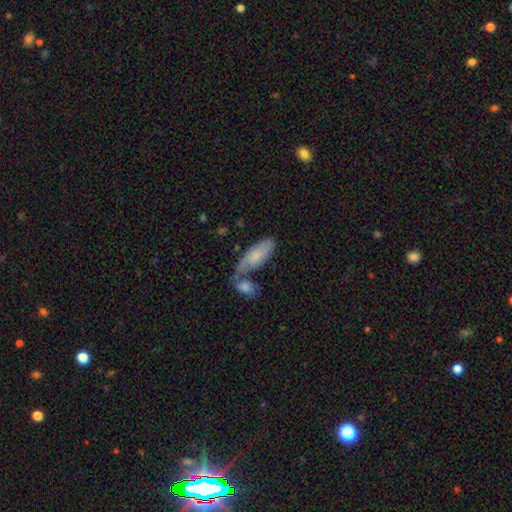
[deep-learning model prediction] This is likely a smooth galaxy (62%). How rounded: clearly in between (81%). Merging: possibly merger (47%).